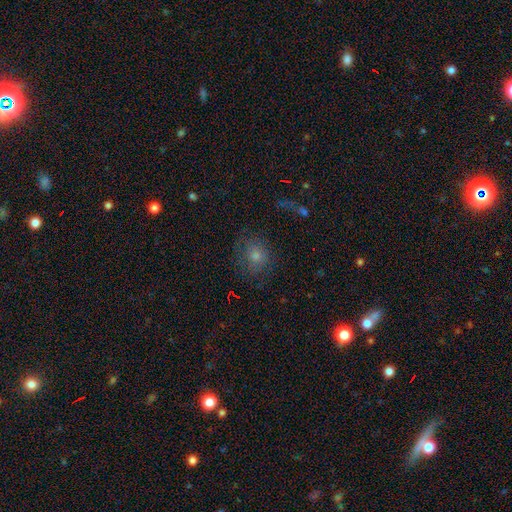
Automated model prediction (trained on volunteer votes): This appears to be a smooth galaxy with no disk features (52%) that is round (79%). Merging: none (73%).